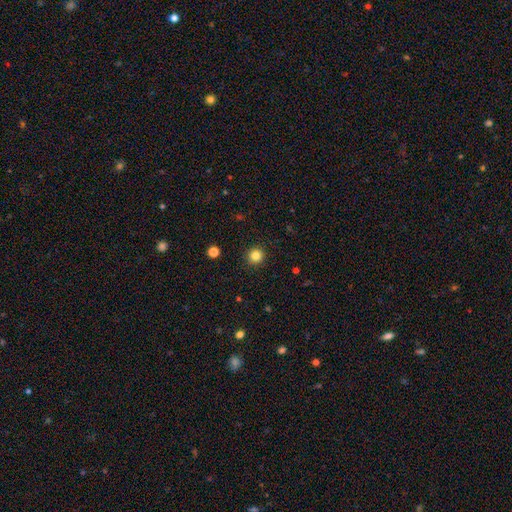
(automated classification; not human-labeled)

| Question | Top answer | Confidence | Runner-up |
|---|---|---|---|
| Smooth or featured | smooth | 83% | star or artifact (12%) |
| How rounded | round | 94% | in between (5%) |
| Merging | none | 92% | minor disturbance (5%) |